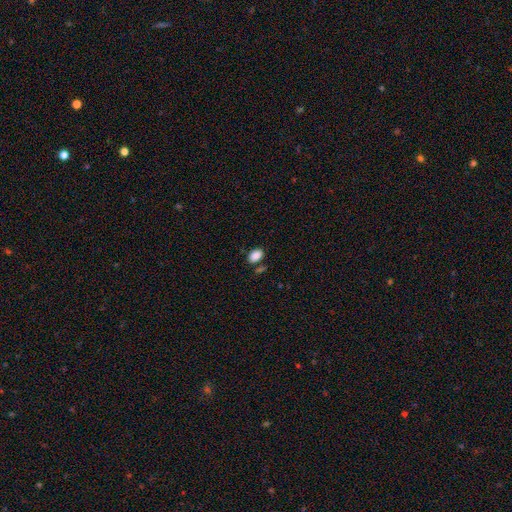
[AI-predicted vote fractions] This appears to be a smooth galaxy with no disk features (88%) that is in between round and cigar-shaped (89%). Merging: none (77%).